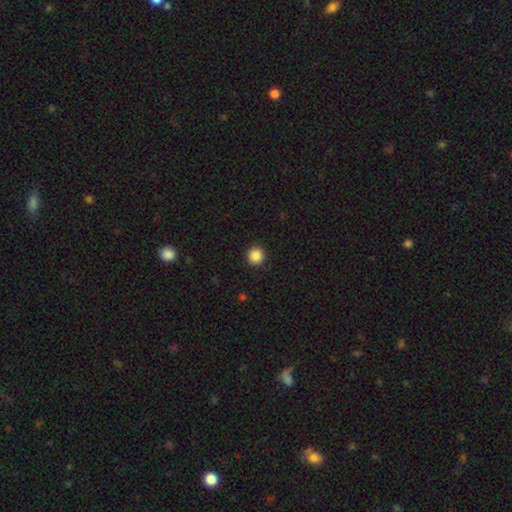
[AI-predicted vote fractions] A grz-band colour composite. It shows a smooth galaxy with no disk features (87%) that is round (95%). Merging: none (92%).